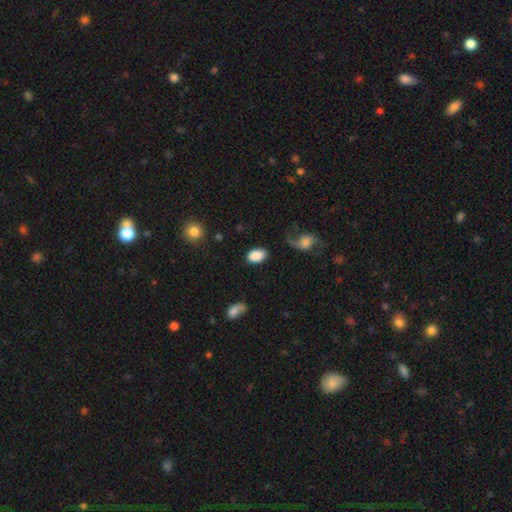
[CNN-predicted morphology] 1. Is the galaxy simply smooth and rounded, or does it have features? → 85% smooth, 8% featured or disk, 7% star or artifact.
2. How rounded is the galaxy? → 89% in between, 10% round, 1% cigar-shaped.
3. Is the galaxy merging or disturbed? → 75% none, 14% minor disturbance, 6% major disturbance, 4% merger.